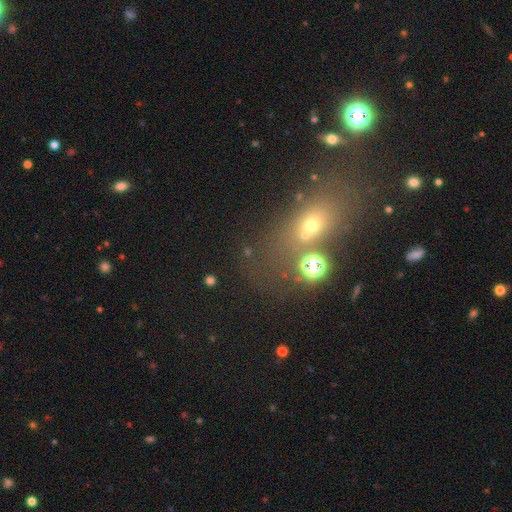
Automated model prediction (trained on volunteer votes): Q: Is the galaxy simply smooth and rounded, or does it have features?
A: smooth — 44%.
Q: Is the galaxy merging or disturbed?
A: none — 52%.